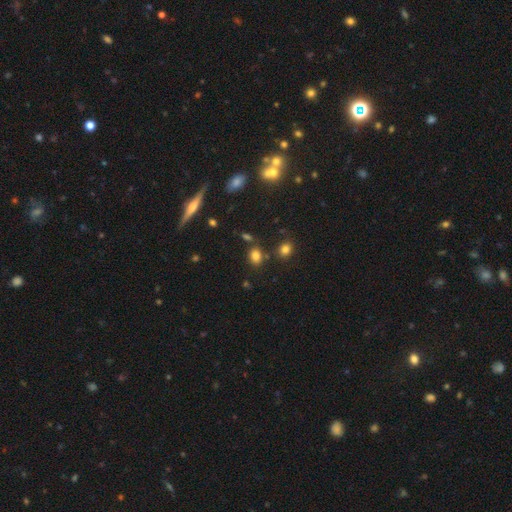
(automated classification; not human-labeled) A smooth galaxy with no disk features (79%) that is in between round and cigar-shaped (53%). Merging: none (75%).